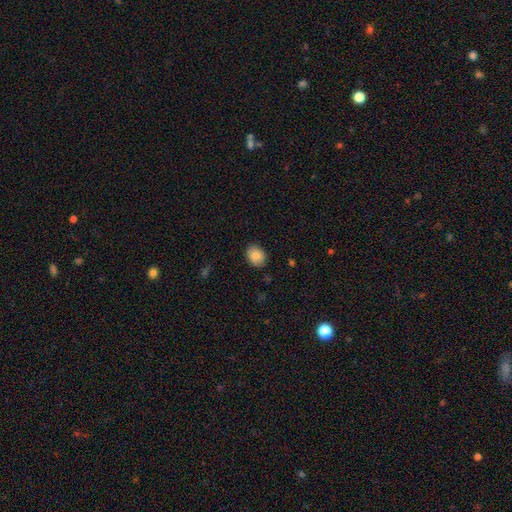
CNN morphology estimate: smooth_or_featured: smooth (p=0.87) [alt: star or artifact p=0.08]
how_rounded: in between (p=0.53) [alt: round p=0.46]
merging: none (p=0.87) [alt: minor disturbance p=0.10]